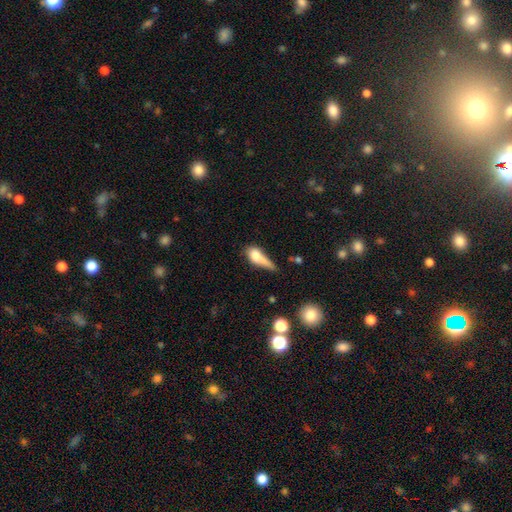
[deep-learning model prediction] This appears to be a smooth galaxy with no disk features (66%) that is in between round and cigar-shaped (58%). Merging: minor disturbance (31%).